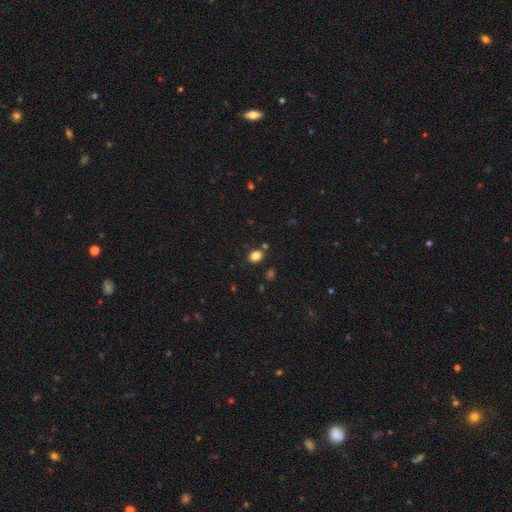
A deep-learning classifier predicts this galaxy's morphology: A smooth galaxy with no disk features (83%) that is round (50%). Merging: none (81%).